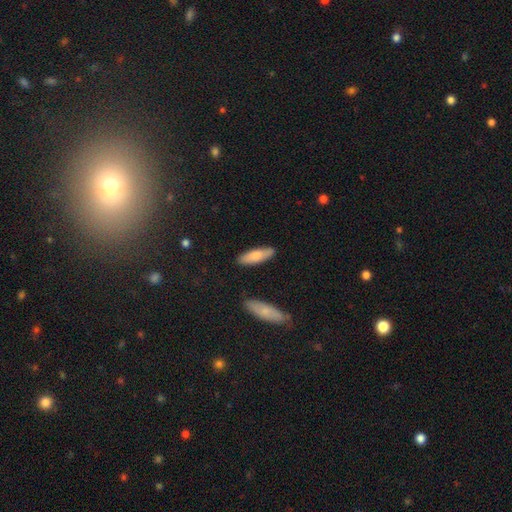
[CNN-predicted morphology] Smooth or featured: smooth — 76% (featured or disk — 18%)
How rounded: in between — 52% (cigar-shaped — 46%)
Merging: none — 86% (minor disturbance — 10%)